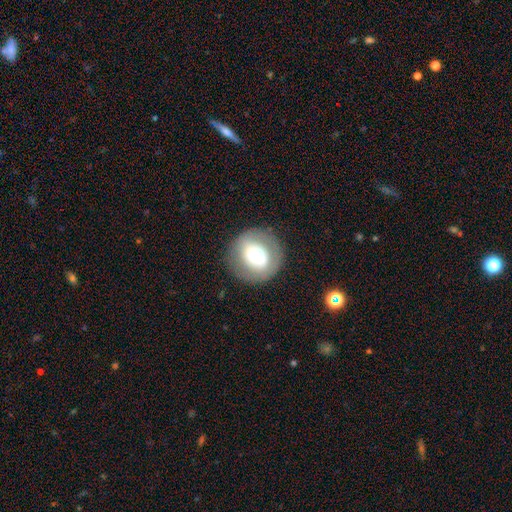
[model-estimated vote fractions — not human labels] smooth 59%, featured or disk 30%, star or artifact 10%. Down the decision tree: how rounded — round (90%); merging — none (83%).